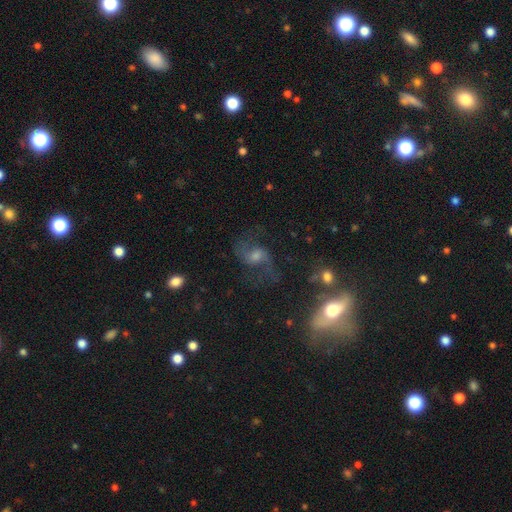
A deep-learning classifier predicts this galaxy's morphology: Smooth or featured? Predicted: featured or disk (p=0.75). Edge-on disk? Predicted: no (p=0.95). Bar? Predicted: weak (p=0.44). Spiral arms? Predicted: yes (p=0.93). Spiral winding? Predicted: loose (p=0.55). Spiral arm count? Predicted: 2 (p=0.90). Bulge size? Predicted: moderate (p=0.49). Merging? Predicted: none (p=0.71).